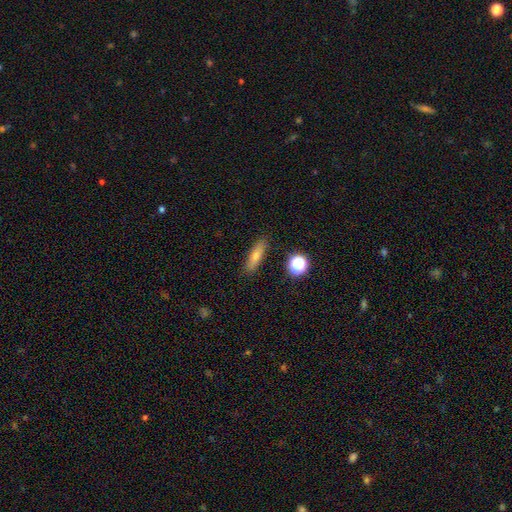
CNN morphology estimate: Smooth or featured: smooth — 66% (featured or disk — 23%)
How rounded: cigar-shaped — 65% (in between — 30%)
Merging: none — 88% (minor disturbance — 8%)